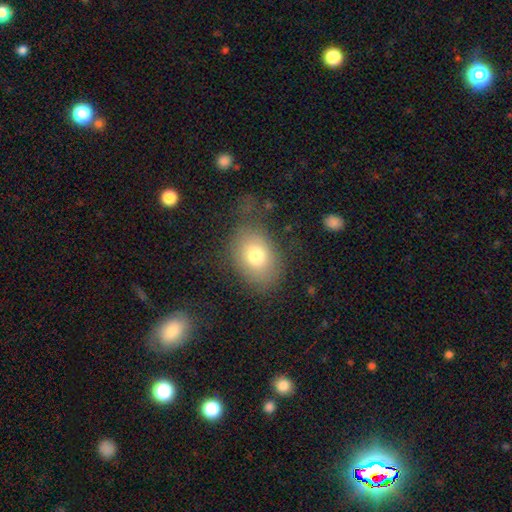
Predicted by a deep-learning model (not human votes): Smooth or featured?
  - smooth: 74% *
  - featured or disk: 15%
  - star or artifact: 10%
How rounded?
  - in between: 67% *
  - round: 32%
  - cigar-shaped: 1%
Merging?
  - none: 63% *
  - minor disturbance: 21%
  - major disturbance: 14%
  - merger: 3%